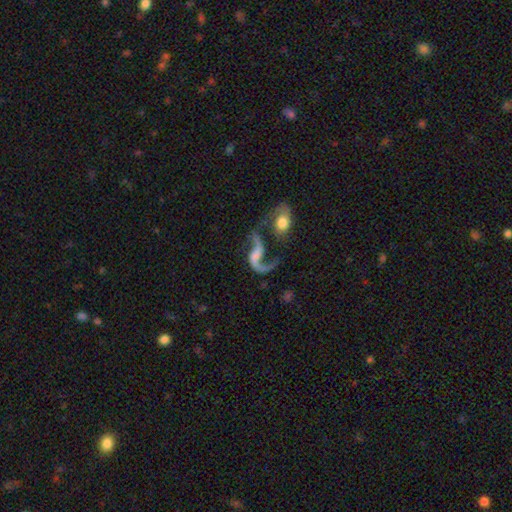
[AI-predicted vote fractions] Morphology: type=featured or disk (79%); edge-on=no (96%); bar=no (51%); spiral arms=yes (89%); winding=loose (84%); arm count=2 (72%); bulge=none (46%); merging=merger (34%).